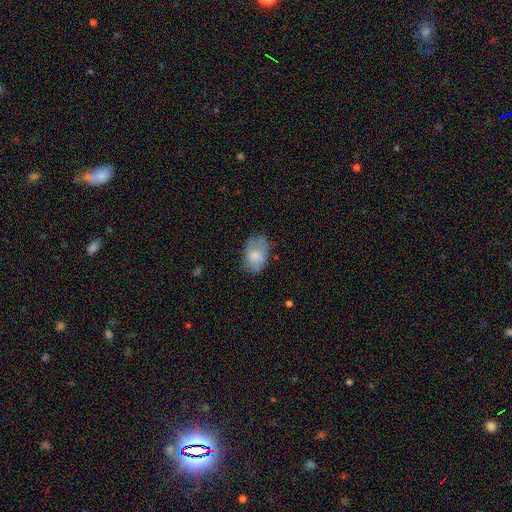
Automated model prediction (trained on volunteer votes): smooth 73%, featured or disk 19%, star or artifact 8%. Down the decision tree: how rounded — in between (87%); merging — none (55%).